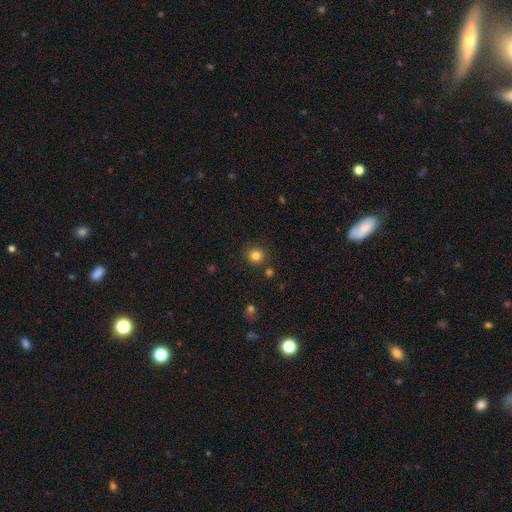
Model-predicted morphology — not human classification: A smooth galaxy with no disk features (81%) that is round (91%). Merging: none (84%).